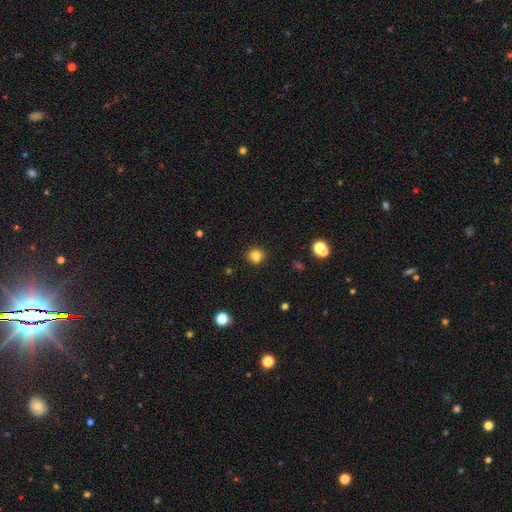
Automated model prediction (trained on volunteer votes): Smooth or featured: smooth — 82% (star or artifact — 13%)
How rounded: round — 80% (in between — 19%)
Merging: none — 80% (minor disturbance — 12%)